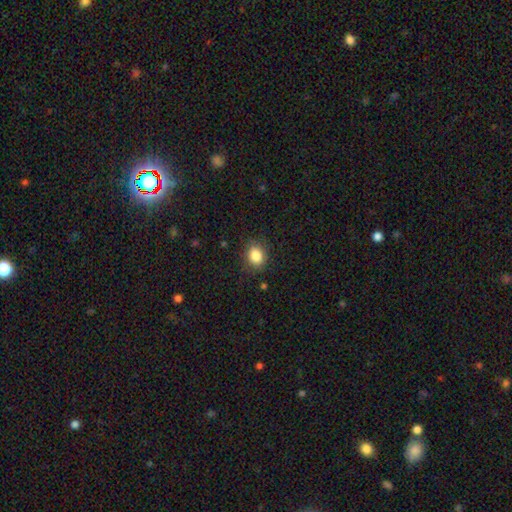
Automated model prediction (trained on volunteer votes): Smooth or featured?
  - smooth: 86% *
  - star or artifact: 9%
  - featured or disk: 5%
How rounded?
  - in between: 55% *
  - round: 44%
  - cigar-shaped: 1%
Merging?
  - none: 82% *
  - minor disturbance: 13%
  - major disturbance: 4%
  - merger: 1%